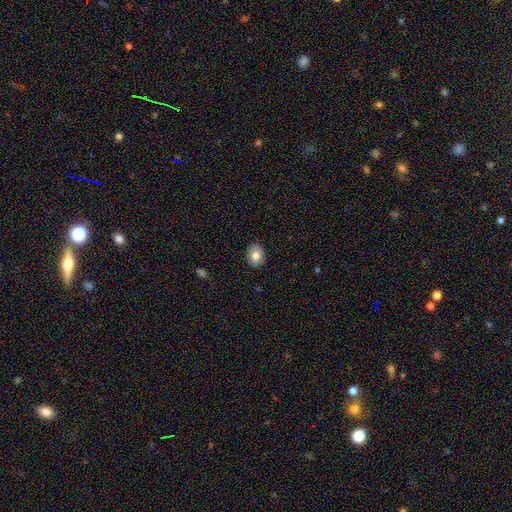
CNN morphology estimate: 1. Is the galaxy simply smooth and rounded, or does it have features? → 80% smooth, 12% featured or disk, 8% star or artifact.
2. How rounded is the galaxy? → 59% in between, 40% round, 1% cigar-shaped.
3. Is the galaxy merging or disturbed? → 87% none, 10% minor disturbance, 2% major disturbance, 1% merger.